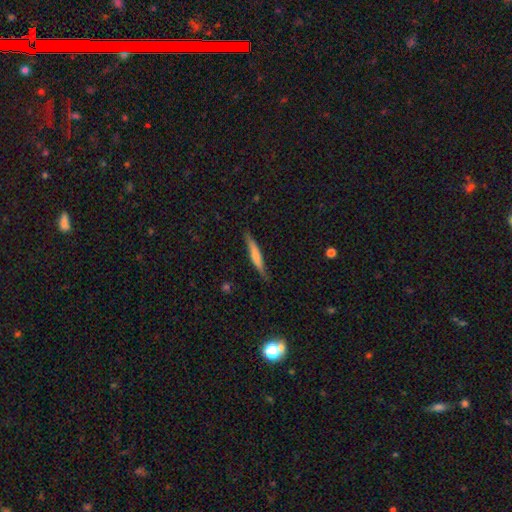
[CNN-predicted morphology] A smooth galaxy with no disk features (62%) that is cigar-shaped (93%).

Vote fractions:
- Smooth or featured? smooth: 62% / featured or disk: 32% / star or artifact: 6%
- How rounded? cigar-shaped: 93% / in between: 5% / round: 1%
- Merging? none: 83% / minor disturbance: 14% / major disturbance: 2% / merger: 1%